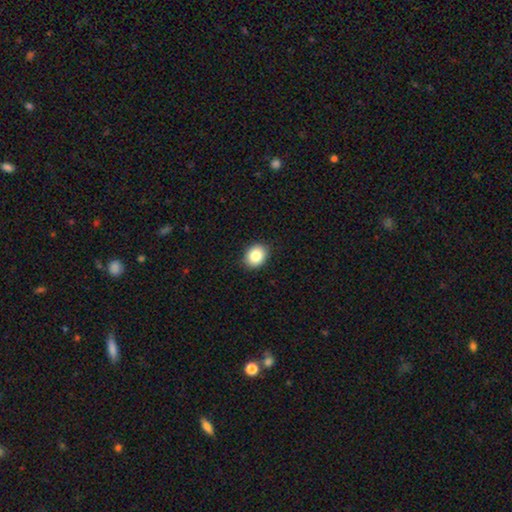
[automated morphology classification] The model was most divided on "how rounded": round: 52%, in between: 47%, cigar-shaped: 1%. More confident: merging — none (90%); smooth or featured — smooth (85%).